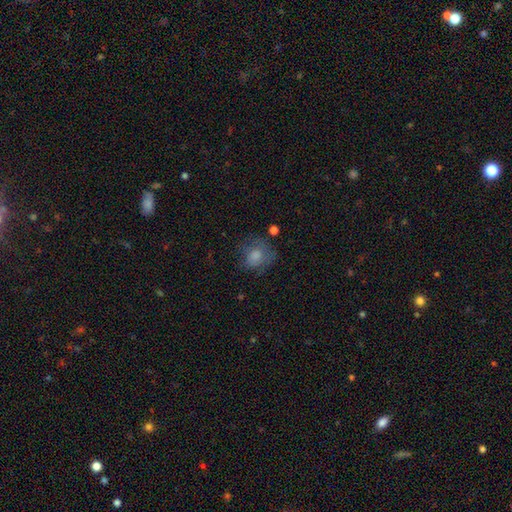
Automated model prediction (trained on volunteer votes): A smooth galaxy with no disk features (73%) that is round (71%).

Vote fractions:
- Smooth or featured? smooth: 73% / featured or disk: 17% / star or artifact: 10%
- How rounded? round: 71% / in between: 28% / cigar-shaped: 1%
- Merging? none: 56% / minor disturbance: 24% / major disturbance: 17% / merger: 3%